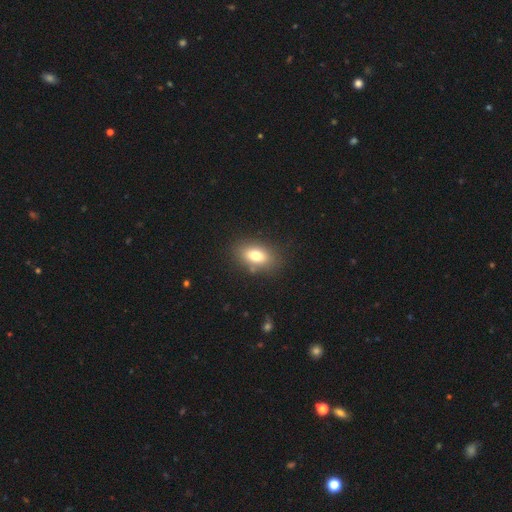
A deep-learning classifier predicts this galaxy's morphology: Smooth or featured: smooth — 77% (featured or disk — 13%)
How rounded: in between — 85% (round — 12%)
Merging: none — 83% (minor disturbance — 11%)